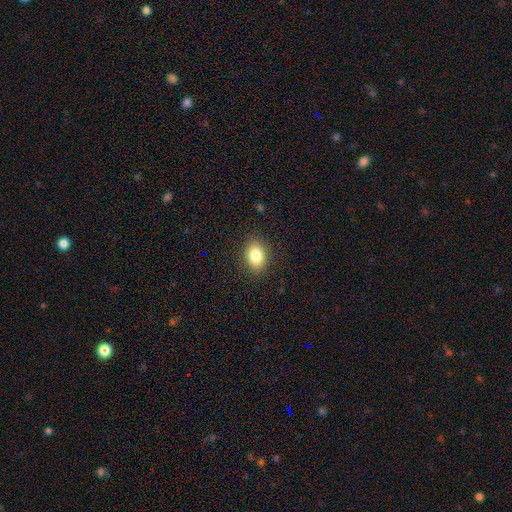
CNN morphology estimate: The model was most divided on "how rounded": in between: 75%, round: 24%, cigar-shaped: 1%. More confident: merging — none (88%); smooth or featured — smooth (83%).